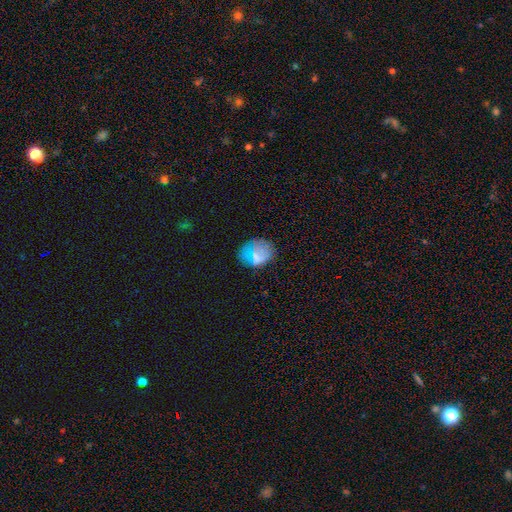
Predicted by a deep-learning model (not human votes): A smooth galaxy with no disk features (65%) that is round (50%). Merging: none (70%).